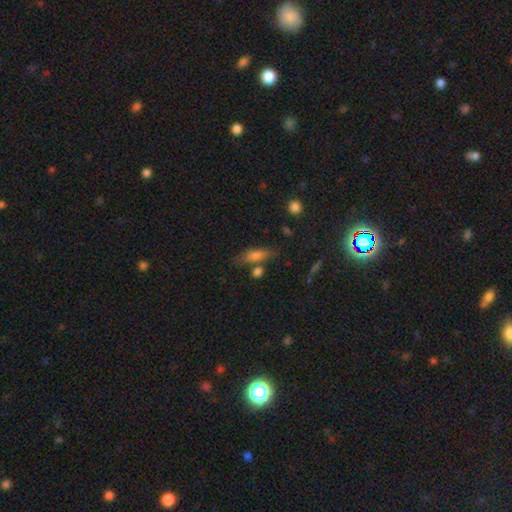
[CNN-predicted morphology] A smooth galaxy with no disk features (62%) that is cigar-shaped (51%). Merging: none (66%).